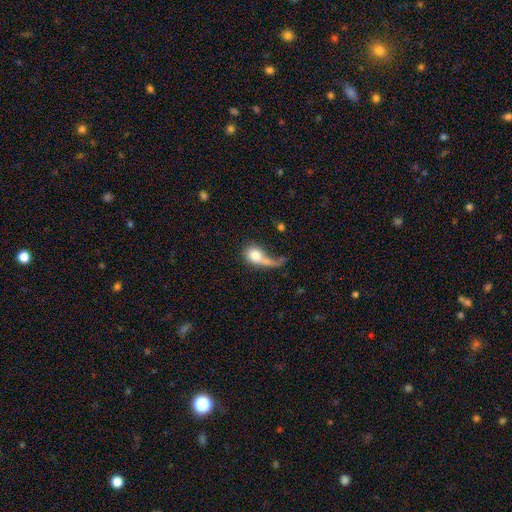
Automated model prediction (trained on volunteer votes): Smooth or featured? Predicted: smooth (p=0.64). How rounded? Predicted: in between (p=0.53). Merging? Predicted: major disturbance (p=0.50).